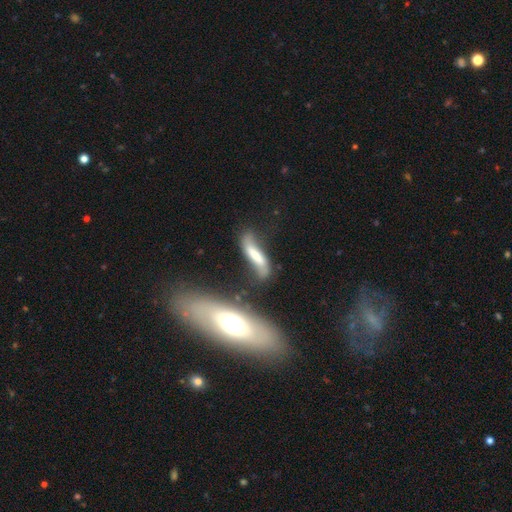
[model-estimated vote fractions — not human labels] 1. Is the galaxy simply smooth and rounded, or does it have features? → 48% smooth, 44% featured or disk, 8% star or artifact.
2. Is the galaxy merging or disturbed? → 49% none, 27% minor disturbance, 14% major disturbance, 11% merger.